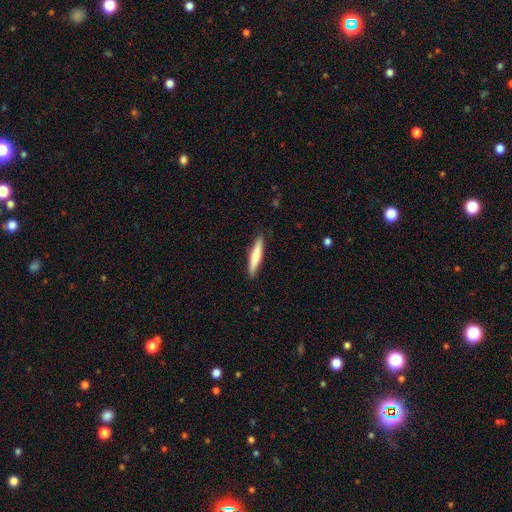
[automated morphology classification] A smooth galaxy with no disk features (70%) that is cigar-shaped (90%).

Vote fractions:
- Smooth or featured? smooth: 70% / featured or disk: 25% / star or artifact: 5%
- How rounded? cigar-shaped: 90% / in between: 8% / round: 1%
- Merging? none: 88% / minor disturbance: 9% / major disturbance: 2% / merger: 1%